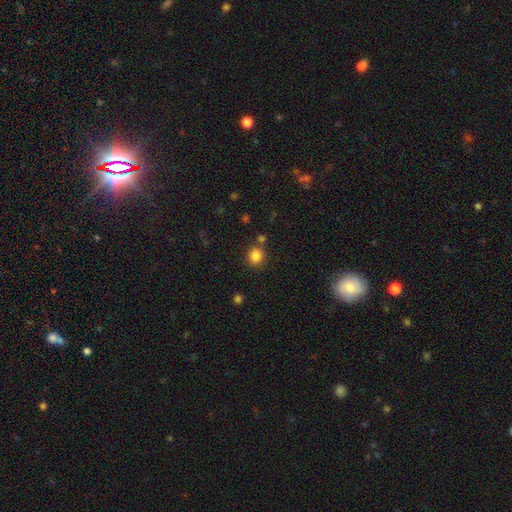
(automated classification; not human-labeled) Smooth or featured: smooth — 84% (star or artifact — 11%)
How rounded: round — 80% (in between — 19%)
Merging: none — 79% (minor disturbance — 9%)